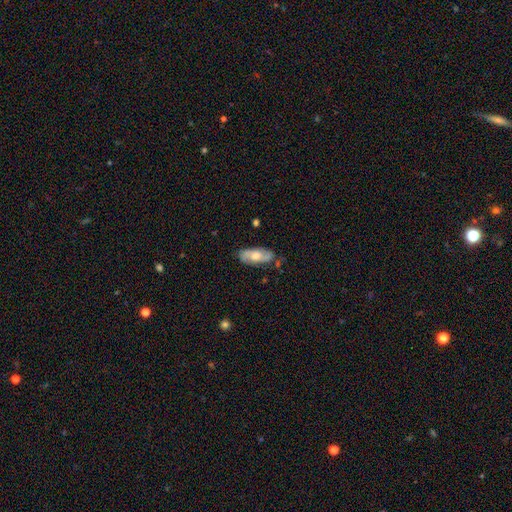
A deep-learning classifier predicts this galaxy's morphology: A featured or disk galaxy (53%).

Vote fractions:
- Smooth or featured? featured or disk: 53% / smooth: 41% / star or artifact: 6%
- Edge-on disk? no: 87% / yes: 13%
- Merging? none: 76% / minor disturbance: 18% / major disturbance: 4% / merger: 2%